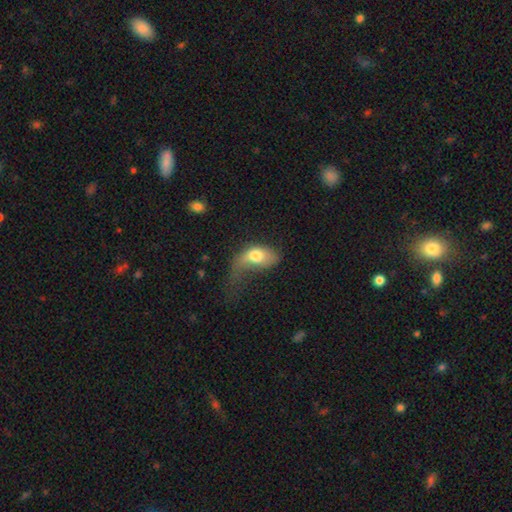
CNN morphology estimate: A smooth galaxy with no disk features (69%) that is in between round and cigar-shaped (85%).

Vote fractions:
- Smooth or featured? smooth: 69% / featured or disk: 24% / star or artifact: 7%
- How rounded? in between: 85% / round: 11% / cigar-shaped: 4%
- Merging? major disturbance: 57% / minor disturbance: 23% / none: 16% / merger: 5%